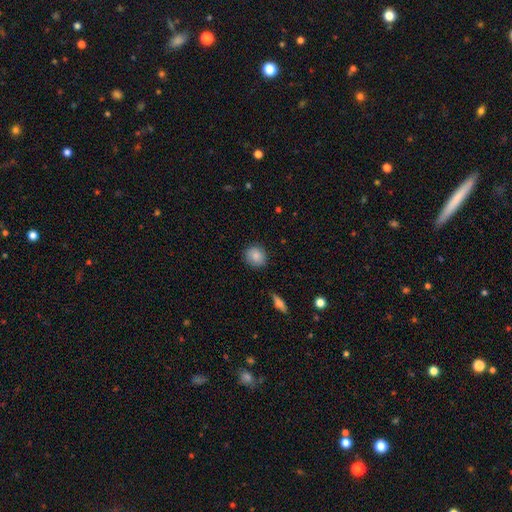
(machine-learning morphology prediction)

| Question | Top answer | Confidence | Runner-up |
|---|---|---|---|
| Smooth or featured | smooth | 86% | star or artifact (8%) |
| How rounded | round | 80% | in between (19%) |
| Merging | none | 87% | minor disturbance (10%) |